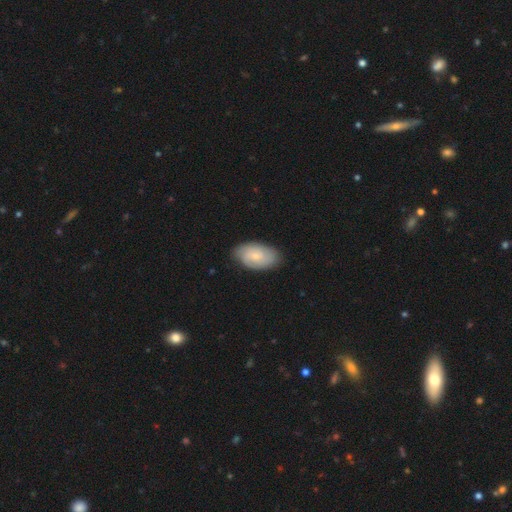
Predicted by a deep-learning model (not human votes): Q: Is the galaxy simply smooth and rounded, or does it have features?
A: smooth — 57%.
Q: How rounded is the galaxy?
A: in between — 93%.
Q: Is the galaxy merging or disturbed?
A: none — 80%.